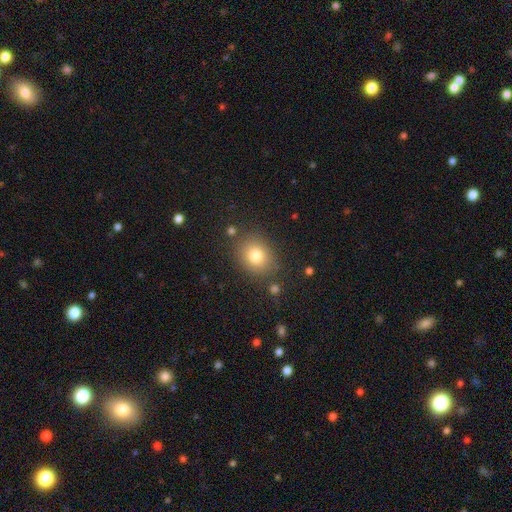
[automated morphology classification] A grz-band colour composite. It shows a smooth galaxy with no disk features (79%) that is round (57%). Merging: none (81%).